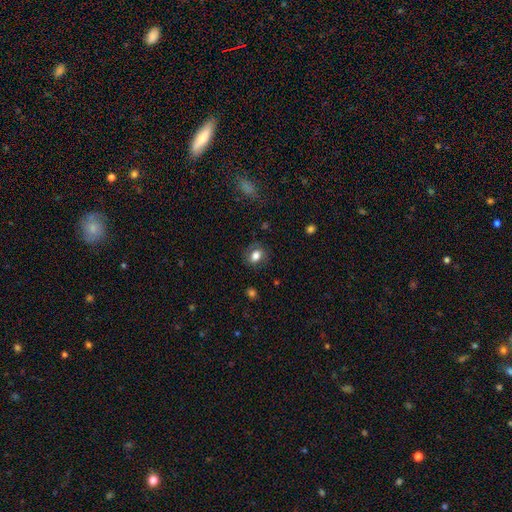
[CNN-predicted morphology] A smooth galaxy with no disk features (76%) that is in between round and cigar-shaped (55%). Merging: none (78%).